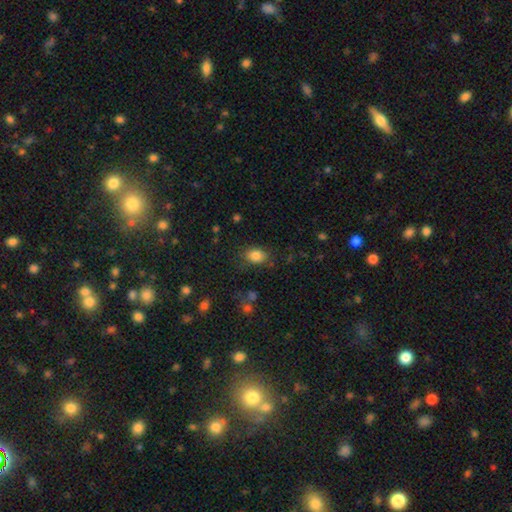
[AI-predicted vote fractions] Smooth or featured? smooth (84%)
How rounded? in between (71%)
Merging? none (78%)